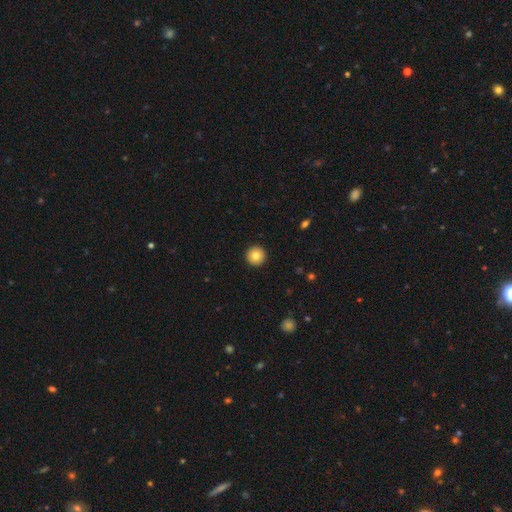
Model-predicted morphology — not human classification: Smooth or featured? Predicted: smooth (p=0.83). How rounded? Predicted: round (p=0.97). Merging? Predicted: none (p=0.94).